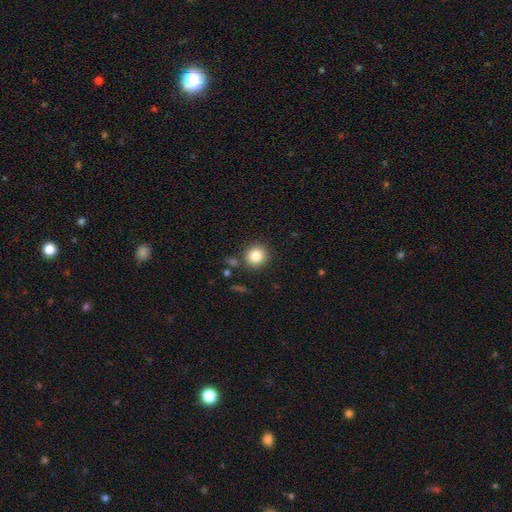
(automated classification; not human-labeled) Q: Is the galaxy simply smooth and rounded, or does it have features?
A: smooth — 84%.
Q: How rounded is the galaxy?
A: round — 91%.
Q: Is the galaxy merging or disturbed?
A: none — 85%.